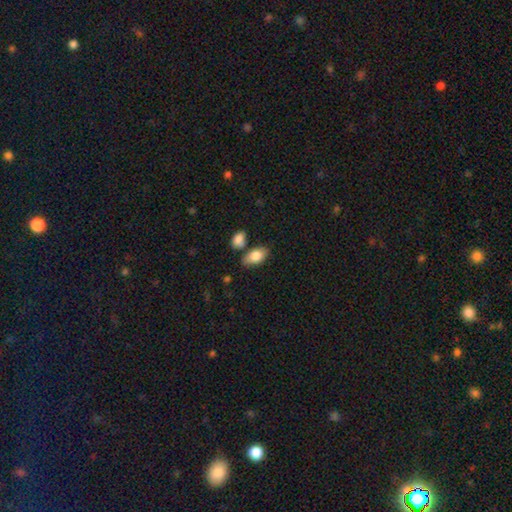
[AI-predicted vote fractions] Q: Smooth or featured?
A: smooth (82%); runner-up: featured or disk (12%)
Q: How rounded?
A: in between (92%); runner-up: round (5%)
Q: Merging?
A: none (68%); runner-up: minor disturbance (16%)